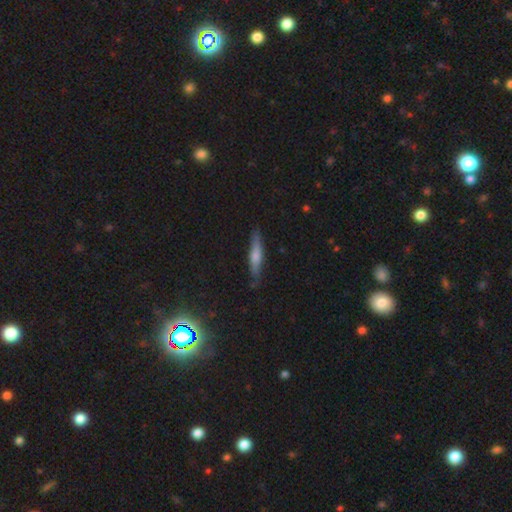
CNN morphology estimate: This appears to be a smooth galaxy with no disk features (60%) that is cigar-shaped (86%). Merging: none (84%).